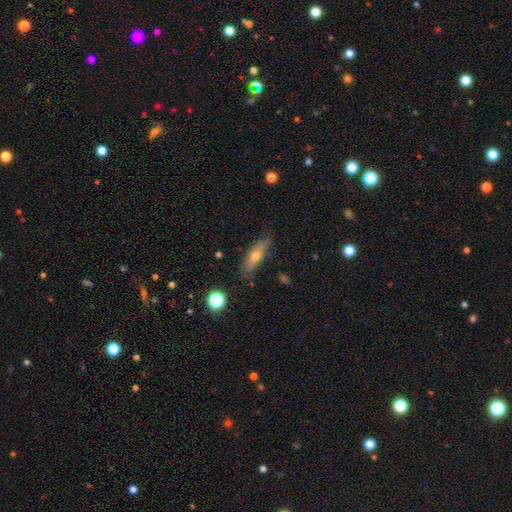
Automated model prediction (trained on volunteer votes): Smooth or featured? smooth (50%)
How rounded? cigar-shaped (57%)
Merging? none (81%)